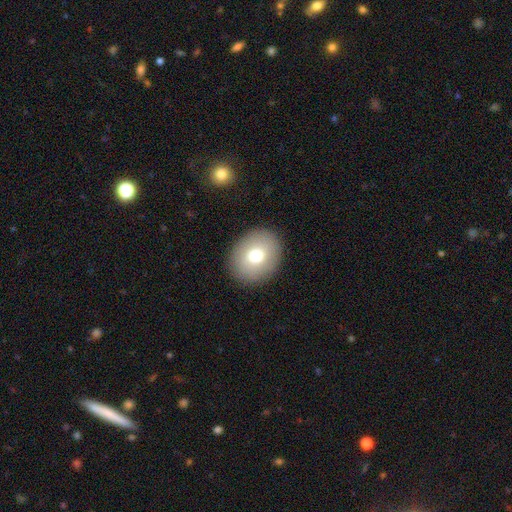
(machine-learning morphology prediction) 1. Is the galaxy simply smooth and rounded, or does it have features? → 75% smooth, 16% featured or disk, 9% star or artifact.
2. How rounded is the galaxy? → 54% round, 45% in between, 1% cigar-shaped.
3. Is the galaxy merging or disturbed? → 90% none, 7% minor disturbance, 3% major disturbance, 1% merger.